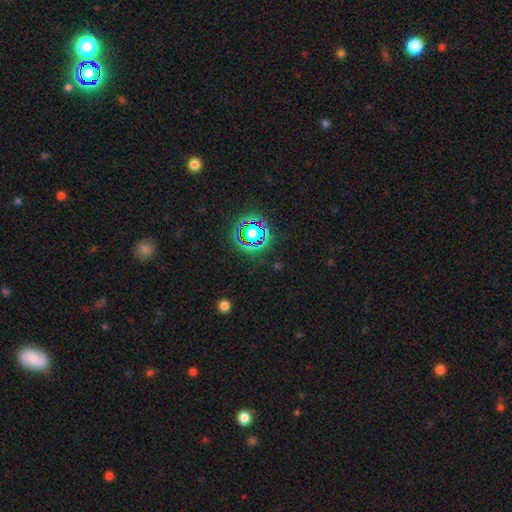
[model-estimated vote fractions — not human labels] Overall: star or artifact (77%).